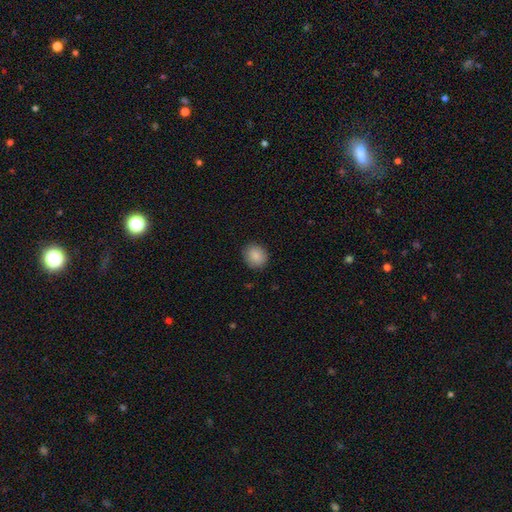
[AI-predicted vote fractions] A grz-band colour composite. It shows a smooth galaxy with no disk features (87%) that is round (75%). Merging: none (89%).